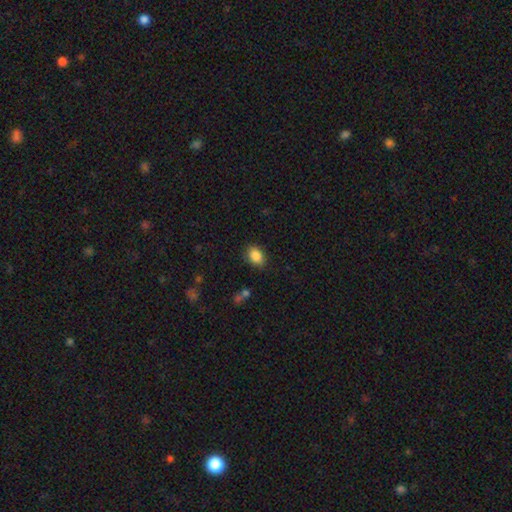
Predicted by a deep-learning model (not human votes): The model was most divided on "how rounded": in between: 75%, round: 24%, cigar-shaped: 1%. More confident: smooth or featured — smooth (87%); merging — none (84%).